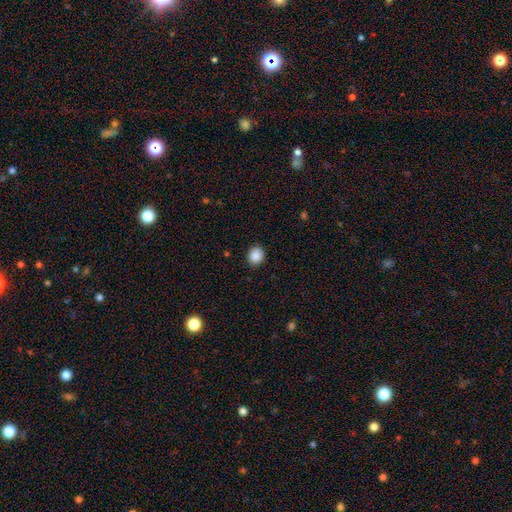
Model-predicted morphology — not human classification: Smooth or featured? Predicted: smooth (p=0.89). How rounded? Predicted: round (p=0.72). Merging? Predicted: none (p=0.90).